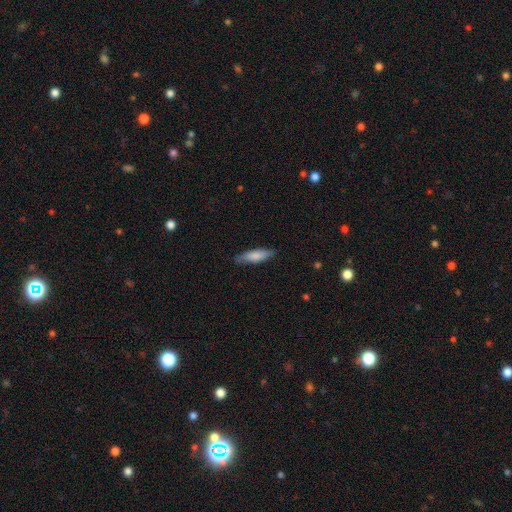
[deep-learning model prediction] Smooth or featured? Predicted: smooth (p=0.77). How rounded? Predicted: cigar-shaped (p=0.58). Merging? Predicted: none (p=0.81).